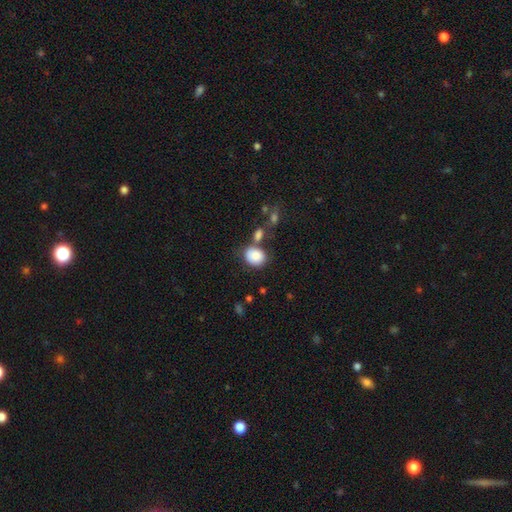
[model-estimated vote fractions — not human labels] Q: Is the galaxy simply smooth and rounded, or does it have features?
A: smooth — 84%.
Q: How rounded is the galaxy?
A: in between — 51%.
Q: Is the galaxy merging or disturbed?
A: none — 57%.